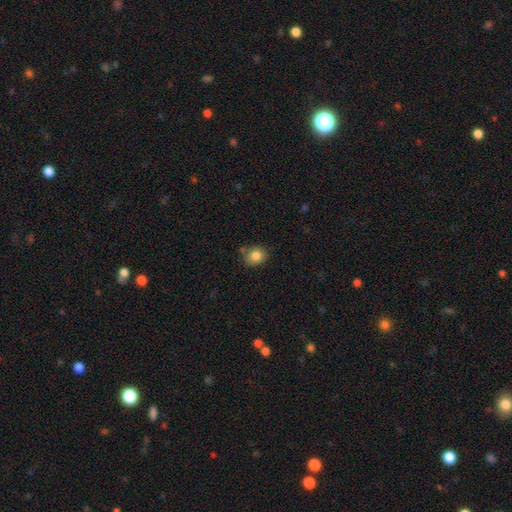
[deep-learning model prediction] Smooth or featured? Predicted: smooth (p=0.84). How rounded? Predicted: round (p=0.71). Merging? Predicted: none (p=0.74).